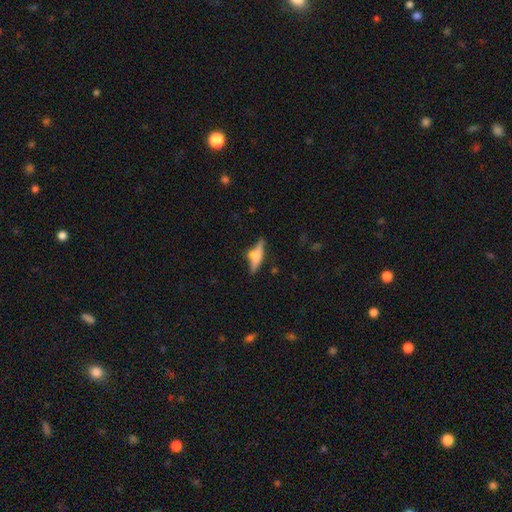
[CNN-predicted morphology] The model was most divided on "smooth or featured": featured or disk: 52%, smooth: 40%, star or artifact: 8%. More confident: edge-on disk — yes (92%); merging — none (65%).